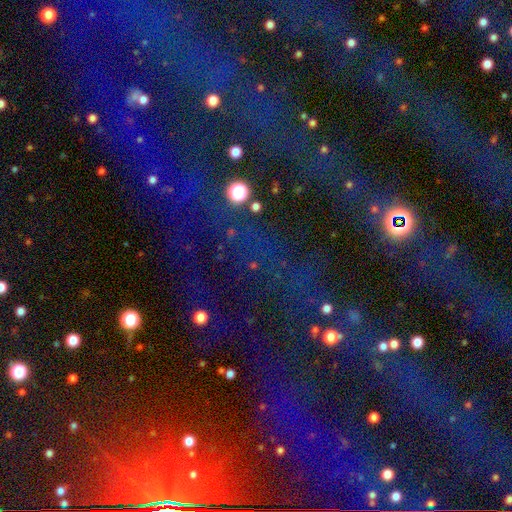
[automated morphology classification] Smooth or featured: star or artifact — 82% (smooth — 9%)